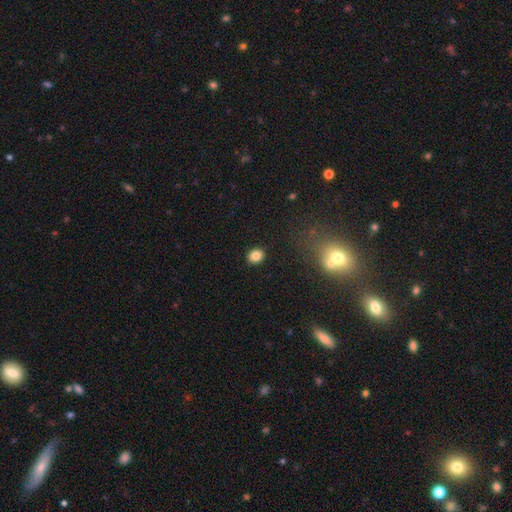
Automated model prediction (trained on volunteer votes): Overall: smooth (84%). How rounded: round (63%; in between 36%). Merging: none (90%).